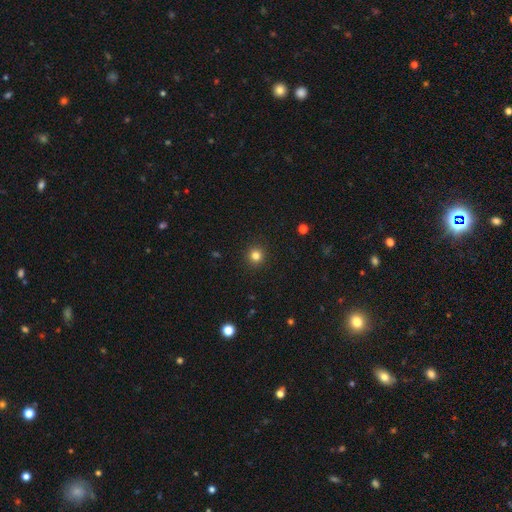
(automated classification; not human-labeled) Smooth or featured: smooth — 81% (star or artifact — 14%)
How rounded: round — 94% (in between — 5%)
Merging: none — 93% (minor disturbance — 5%)